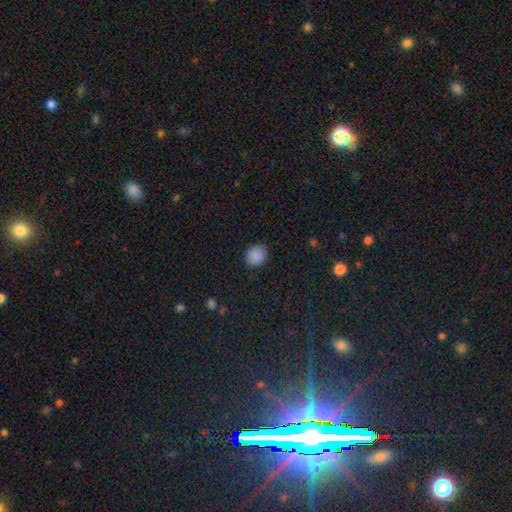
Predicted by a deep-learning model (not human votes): smooth-or-featured: smooth: 86% | star or artifact: 10% | featured or disk: 4%
  how-rounded: round: 60% | in between: 39% | cigar-shaped: 1%
  merging: none: 83% | minor disturbance: 13% | major disturbance: 3% | merger: 1%